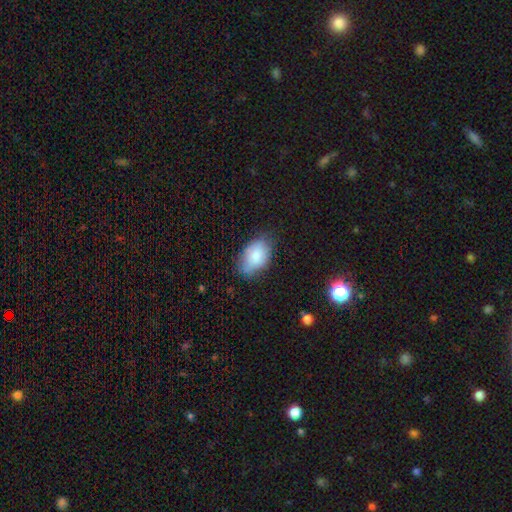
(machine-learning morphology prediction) Overall: smooth (82%). How rounded: in between (89%). Merging: none (71%).